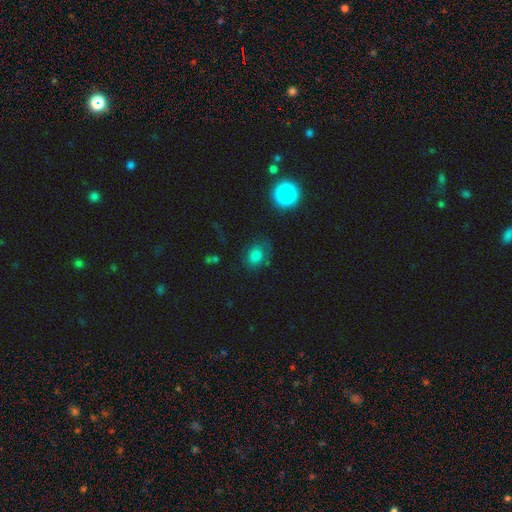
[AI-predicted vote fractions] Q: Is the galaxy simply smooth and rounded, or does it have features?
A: smooth — 74%.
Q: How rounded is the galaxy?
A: in between — 58%.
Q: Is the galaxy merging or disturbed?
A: none — 64%.